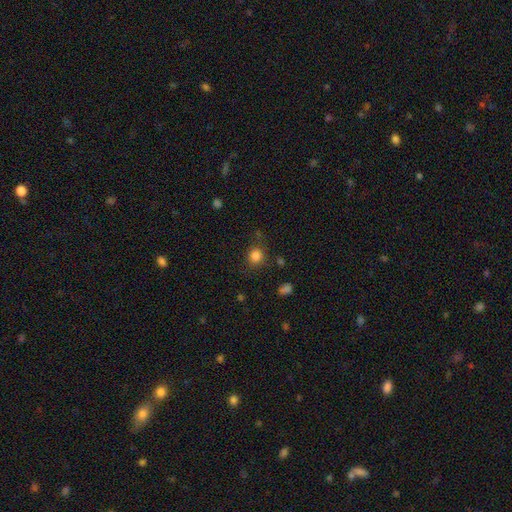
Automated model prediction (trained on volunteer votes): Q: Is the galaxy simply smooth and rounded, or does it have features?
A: smooth — 83%.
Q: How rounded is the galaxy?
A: round — 80%.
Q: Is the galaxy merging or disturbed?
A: none — 78%.